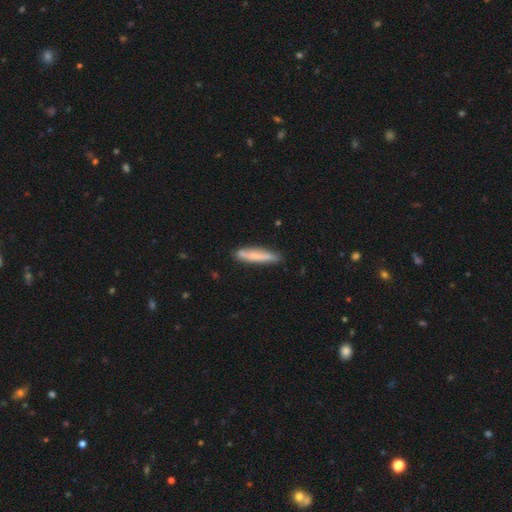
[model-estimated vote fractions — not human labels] A smooth galaxy with no disk features (69%) that is cigar-shaped (89%).

Vote fractions:
- Smooth or featured? smooth: 69% / featured or disk: 25% / star or artifact: 6%
- How rounded? cigar-shaped: 89% / in between: 10% / round: 1%
- Merging? none: 76% / minor disturbance: 16% / merger: 5% / major disturbance: 3%